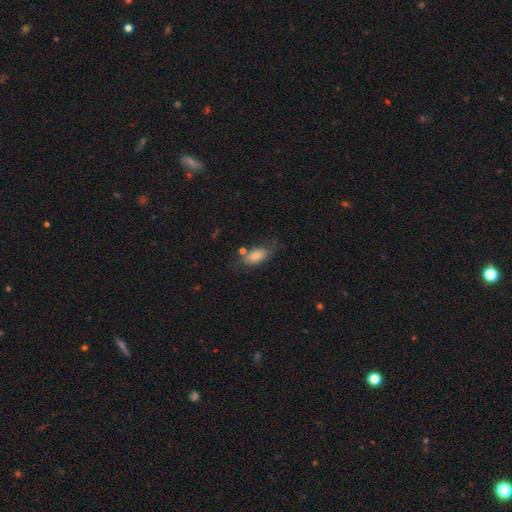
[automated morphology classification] Smooth or featured: smooth — 77% (featured or disk — 15%)
How rounded: in between — 88% (cigar-shaped — 7%)
Merging: none — 55% (minor disturbance — 25%)